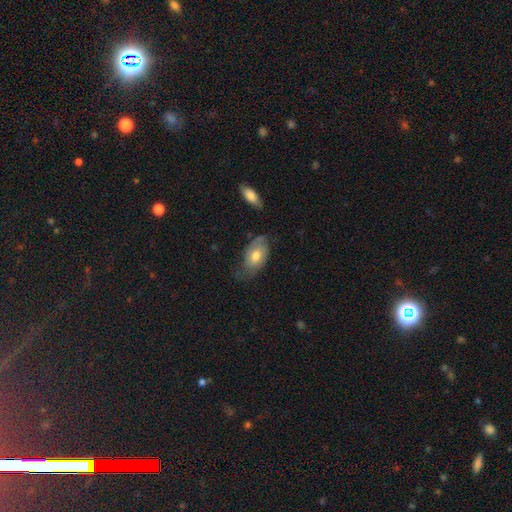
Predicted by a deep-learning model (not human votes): The model was most divided on "smooth or featured": smooth: 50%, featured or disk: 43%, star or artifact: 7%. More confident: how rounded — in between (91%); merging — none (55%).